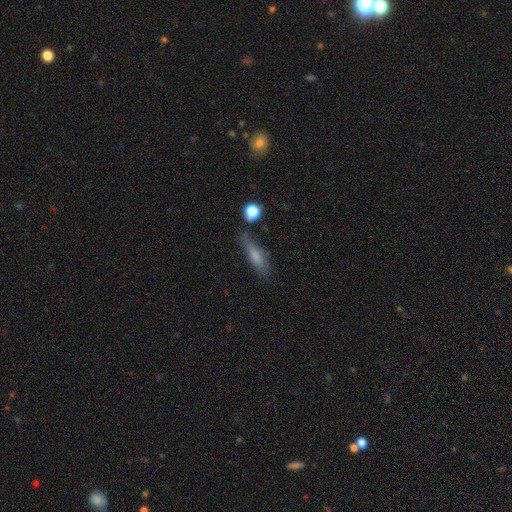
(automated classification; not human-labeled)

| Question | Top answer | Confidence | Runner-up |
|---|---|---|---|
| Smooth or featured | smooth | 65% | featured or disk (26%) |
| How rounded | cigar-shaped | 59% | in between (38%) |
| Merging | none | 64% | minor disturbance (23%) |